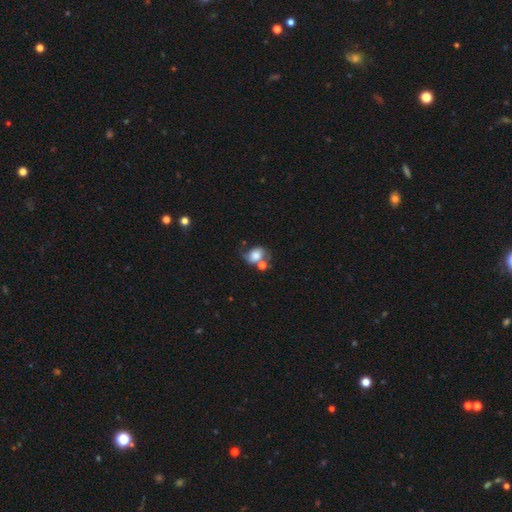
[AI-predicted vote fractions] Morphology: type=smooth (57%); roundness=in between (56%); merging=none (31%).